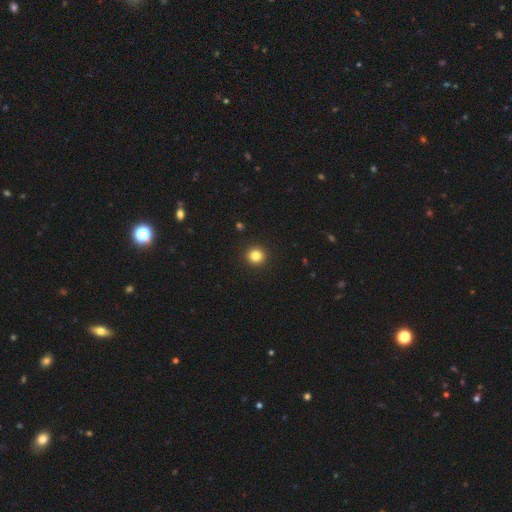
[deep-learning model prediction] Morphology: type=smooth (84%); roundness=round (92%); merging=none (93%).